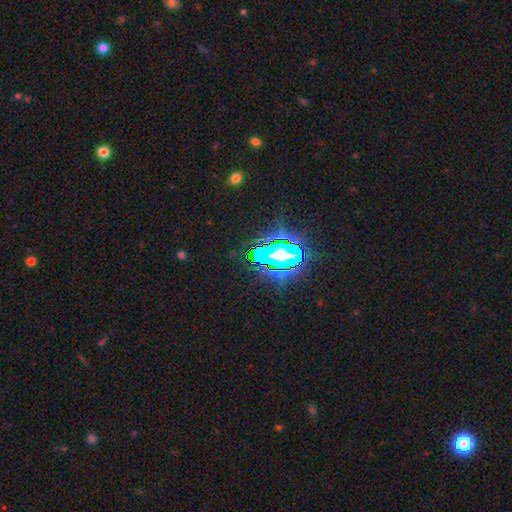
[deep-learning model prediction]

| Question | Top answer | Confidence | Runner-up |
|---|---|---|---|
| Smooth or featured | star or artifact | 64% | featured or disk (19%) |